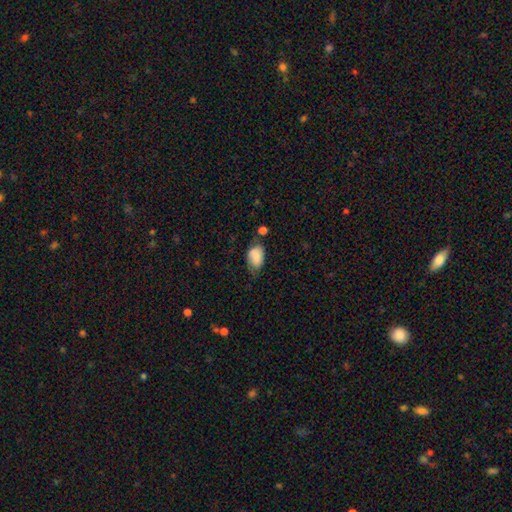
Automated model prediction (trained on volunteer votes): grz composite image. It shows a smooth galaxy with no disk features (83%) that is in between round and cigar-shaped (88%). Merging: none (47%).